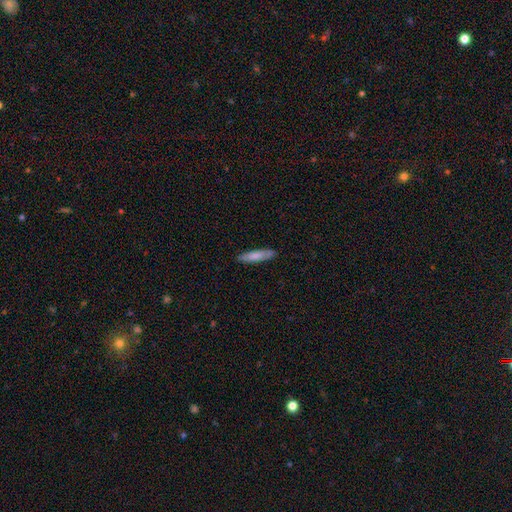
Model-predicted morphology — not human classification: This is likely a smooth galaxy (77%). How rounded: likely cigar-shaped (77%). Merging: clearly none (86%).